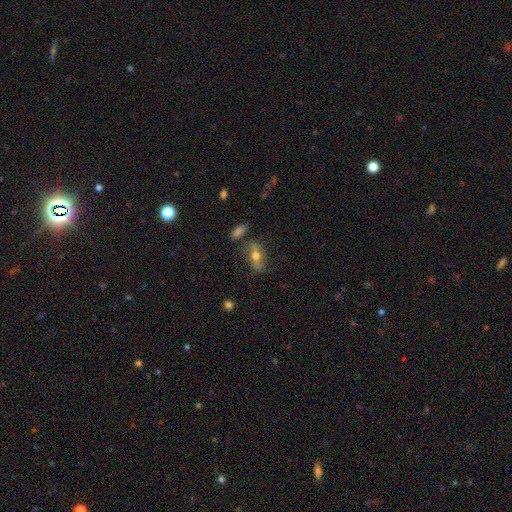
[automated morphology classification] This appears to be a smooth galaxy with no disk features (52%) that is in between round and cigar-shaped (77%). Merging: none (70%).